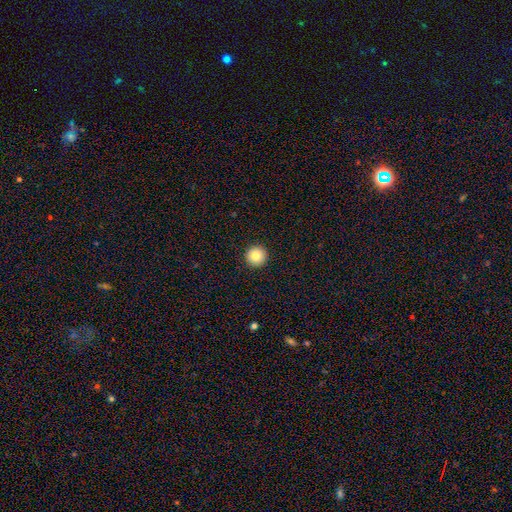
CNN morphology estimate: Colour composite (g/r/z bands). It shows a smooth galaxy with no disk features (83%) that is round (96%). Merging: none (94%).